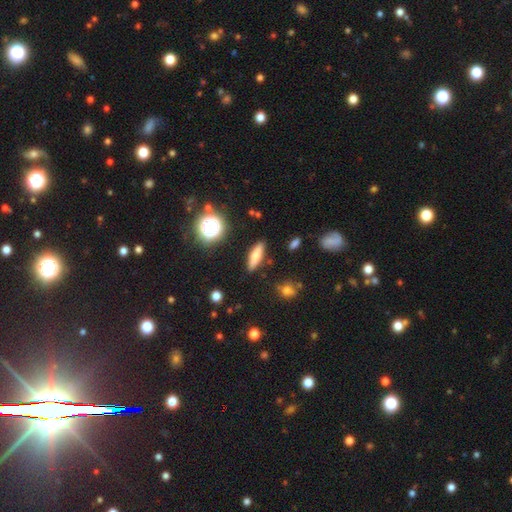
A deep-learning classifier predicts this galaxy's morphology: smooth-or-featured: smooth: 62% | featured or disk: 27% | star or artifact: 11%
  how-rounded: cigar-shaped: 63% | in between: 32% | round: 5%
  merging: none: 87% | minor disturbance: 8% | major disturbance: 2% | merger: 2%